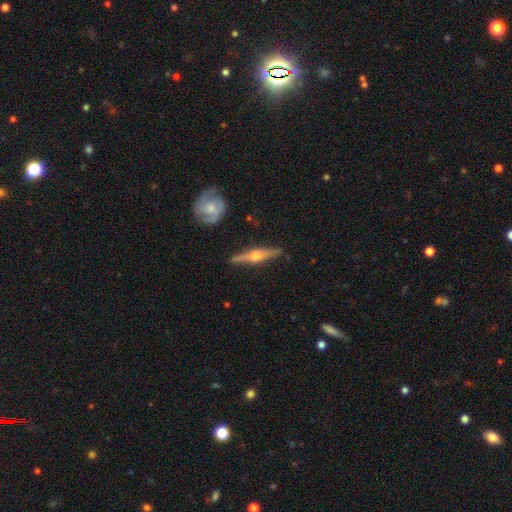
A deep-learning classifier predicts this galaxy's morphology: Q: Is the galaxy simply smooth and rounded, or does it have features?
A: featured or disk — 79%.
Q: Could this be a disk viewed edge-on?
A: yes — 97%.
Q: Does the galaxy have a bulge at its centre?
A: rounded — 93%.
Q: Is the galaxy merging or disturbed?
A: none — 87%.